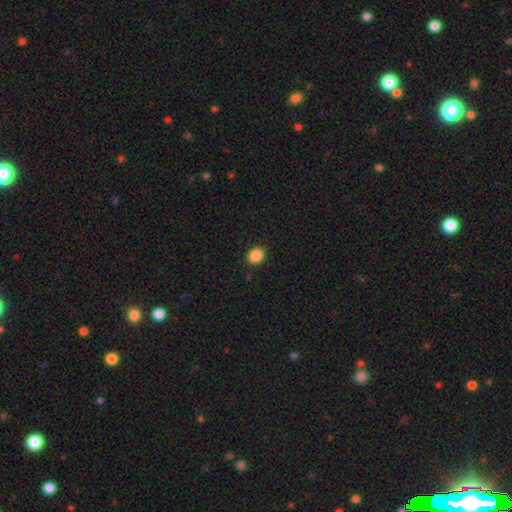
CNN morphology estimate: type=smooth (87%); roundness=round (70%); merging=none (89%).